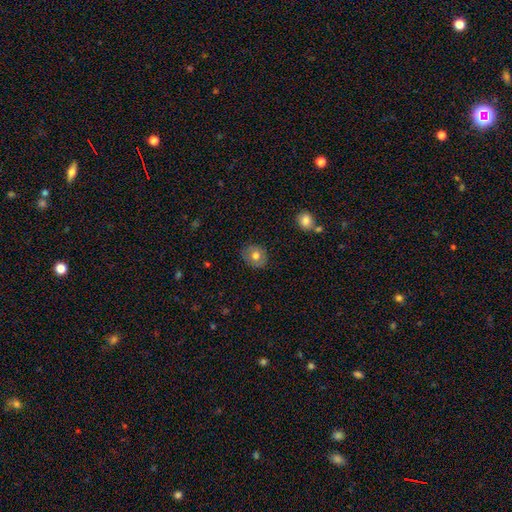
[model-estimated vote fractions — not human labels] The model was most divided on "how rounded": round: 63%, in between: 36%, cigar-shaped: 1%. More confident: merging — none (83%); smooth or featured — smooth (71%).